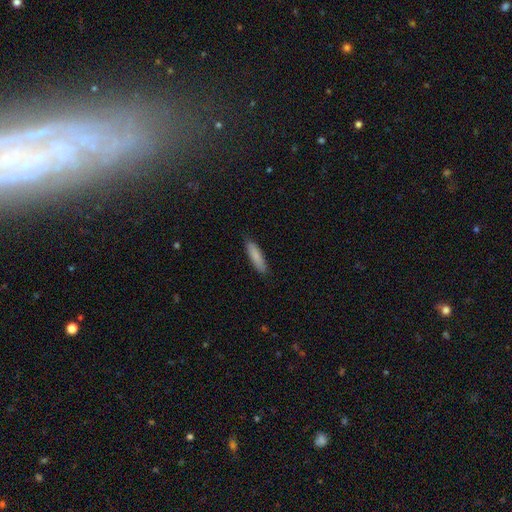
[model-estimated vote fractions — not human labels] Q: Smooth or featured?
A: smooth (84%); runner-up: featured or disk (10%)
Q: How rounded?
A: cigar-shaped (74%); runner-up: in between (24%)
Q: Merging?
A: none (86%); runner-up: minor disturbance (11%)